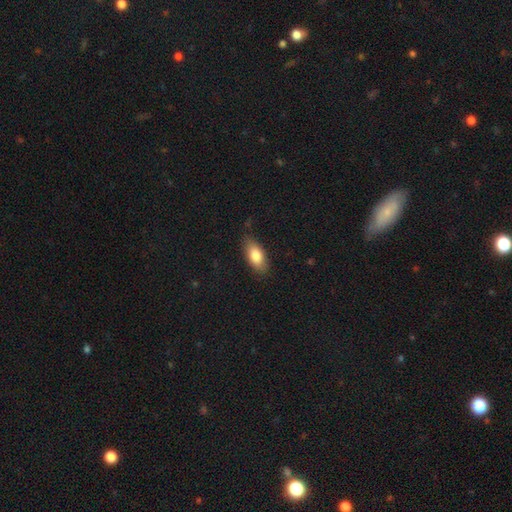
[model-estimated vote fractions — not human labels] Morphology: type=smooth (80%); roundness=in between (87%); merging=none (81%).